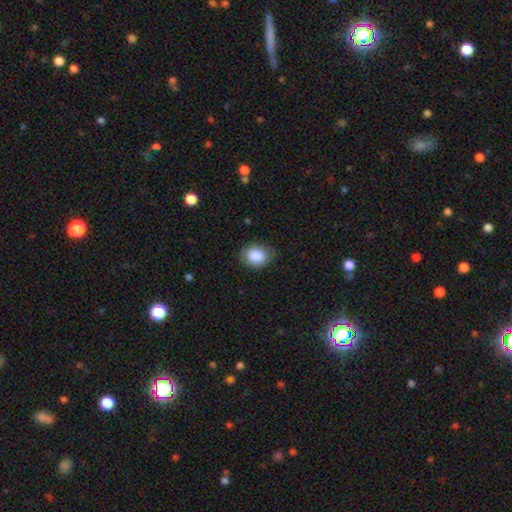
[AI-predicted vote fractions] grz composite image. It shows a smooth galaxy with no disk features (87%) that is in between round and cigar-shaped (57%). Merging: none (76%).